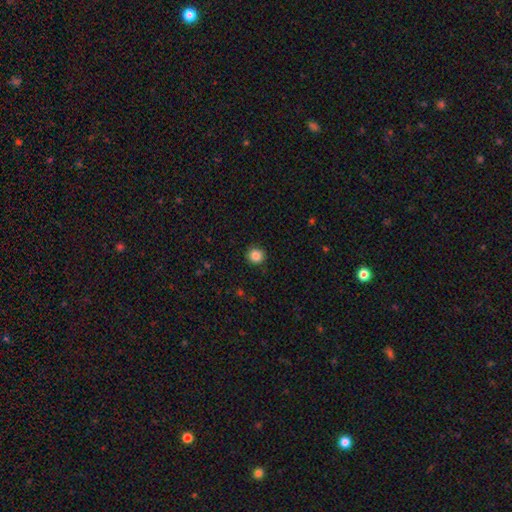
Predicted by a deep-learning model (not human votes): Smooth or featured? Predicted: smooth (p=0.86). How rounded? Predicted: round (p=0.91). Merging? Predicted: none (p=0.91).